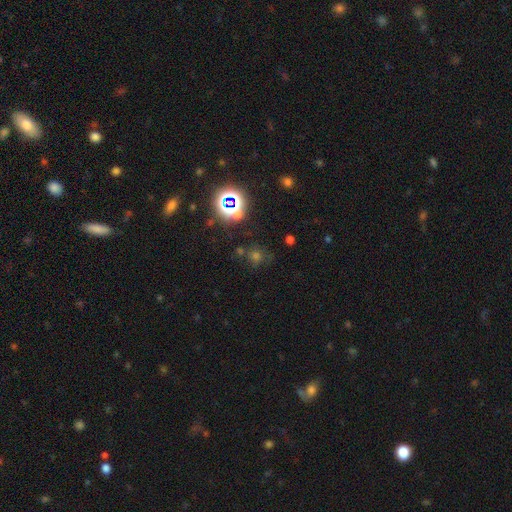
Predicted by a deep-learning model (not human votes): This appears to be a star or artifact, not a galaxy (49%).